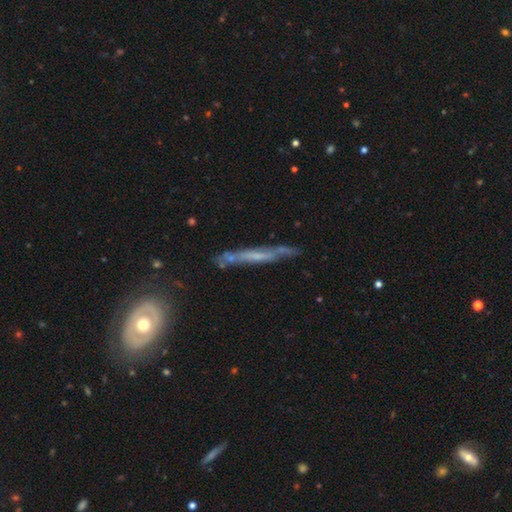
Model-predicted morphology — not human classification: This is likely a featured or disk galaxy (61%). It is clearly viewed edge-on (80%). Merging: likely none (68%).